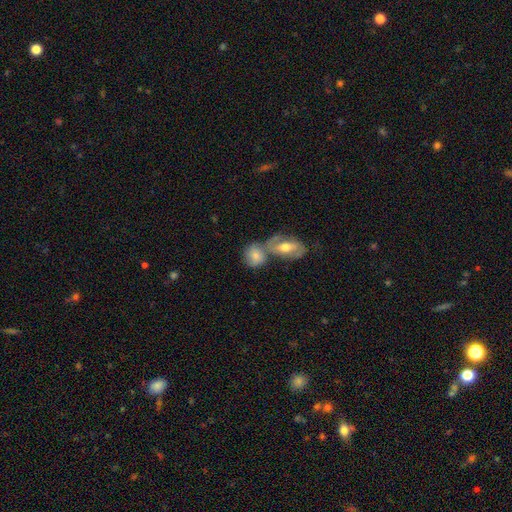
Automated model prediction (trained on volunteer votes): smooth_or_featured: smooth (p=0.63) [alt: featured or disk p=0.29]
how_rounded: round (p=0.53) [alt: in between p=0.44]
merging: merger (p=0.50) [alt: none p=0.35]